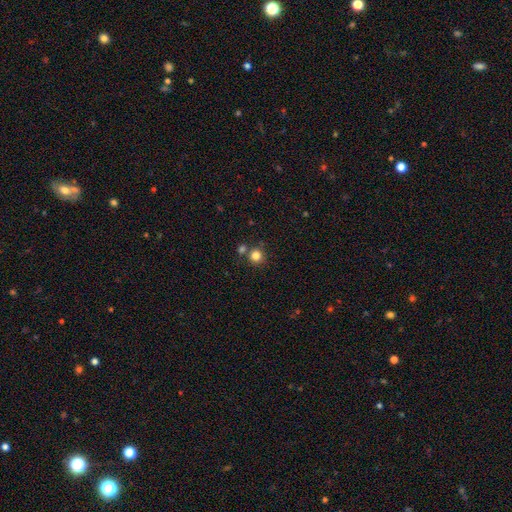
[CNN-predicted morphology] A smooth galaxy with no disk features (82%) that is round (93%). Merging: none (73%).